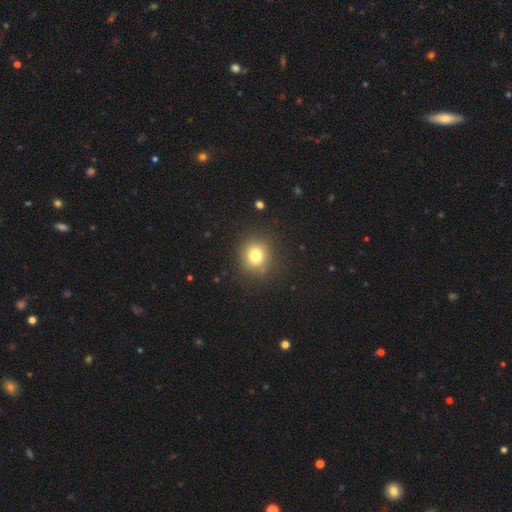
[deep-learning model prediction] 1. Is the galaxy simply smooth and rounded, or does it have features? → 78% smooth, 14% star or artifact, 9% featured or disk.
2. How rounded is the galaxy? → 86% round, 13% in between, 1% cigar-shaped.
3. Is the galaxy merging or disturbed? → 87% none, 8% minor disturbance, 3% major disturbance, 1% merger.